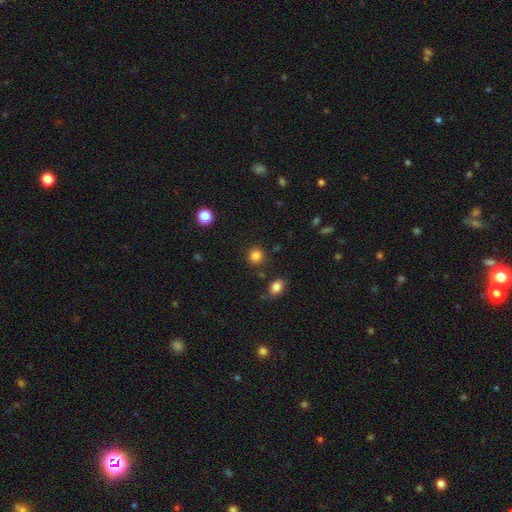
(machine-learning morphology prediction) This appears to be a smooth galaxy with no disk features (85%) that is round (90%). Merging: none (87%).